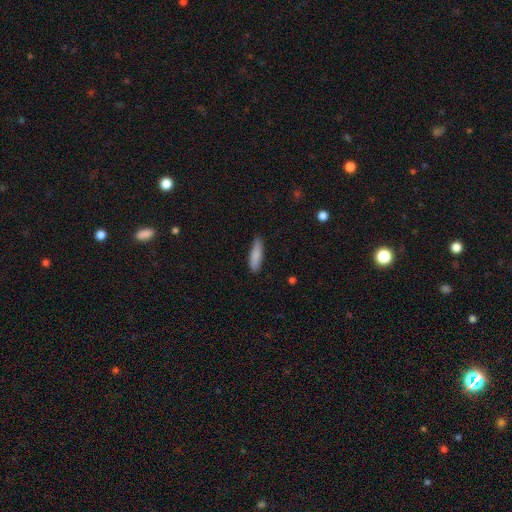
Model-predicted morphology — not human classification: A smooth galaxy with no disk features (85%) that is cigar-shaped (59%). Merging: none (82%).